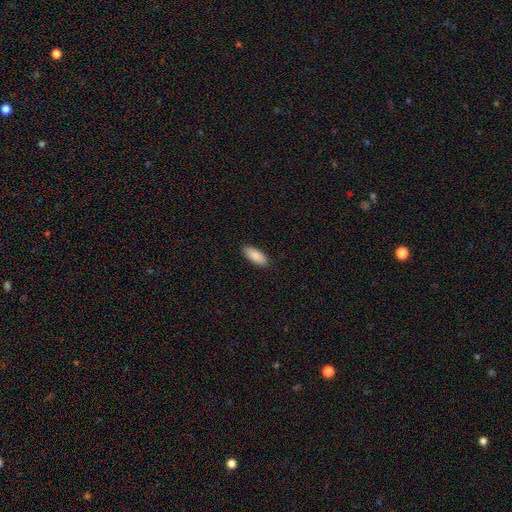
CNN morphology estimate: Smooth or featured? smooth (88%)
How rounded? in between (84%)
Merging? none (90%)